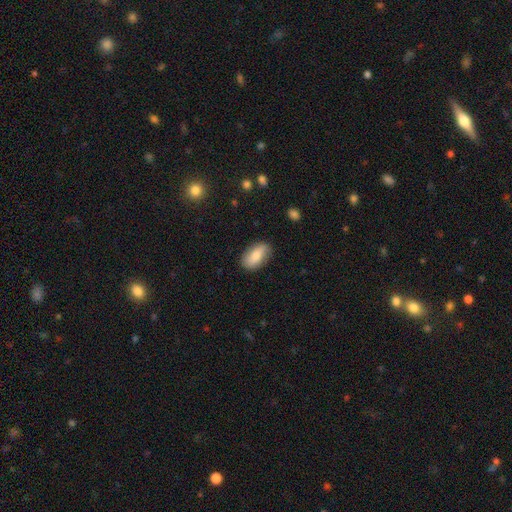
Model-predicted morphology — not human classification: A smooth galaxy with no disk features (76%) that is in between round and cigar-shaped (91%). Merging: none (82%).